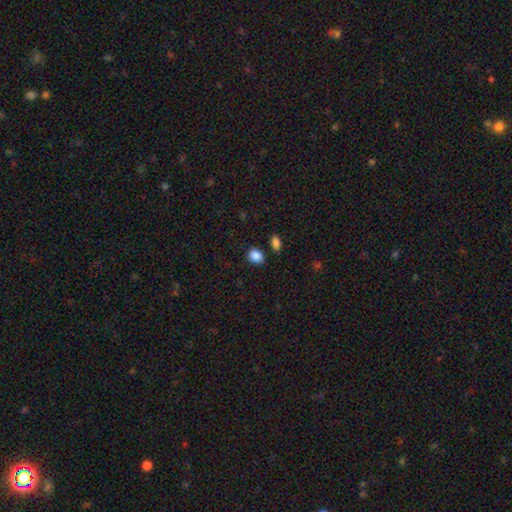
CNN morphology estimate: smooth 88%, star or artifact 9%, featured or disk 4%. Down the decision tree: how rounded — in between (62%); merging — none (81%).